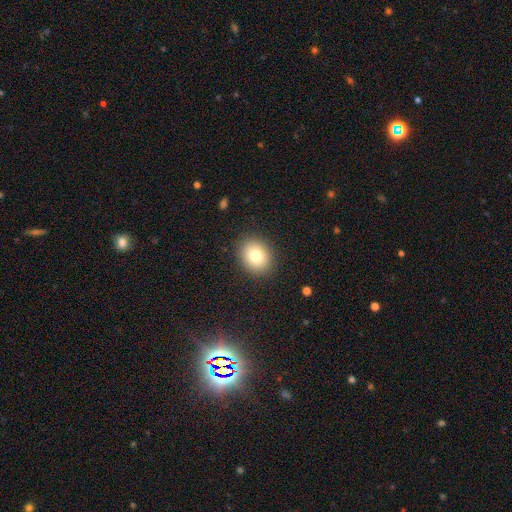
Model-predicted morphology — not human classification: The model was most divided on "how rounded": round: 60%, in between: 39%, cigar-shaped: 1%. More confident: merging — none (89%); smooth or featured — smooth (80%).